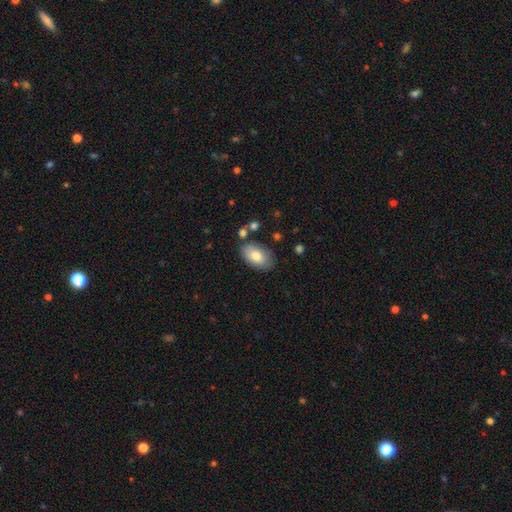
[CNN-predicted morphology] This appears to be a smooth galaxy with no disk features (79%) that is in between round and cigar-shaped (93%). Merging: none (77%).